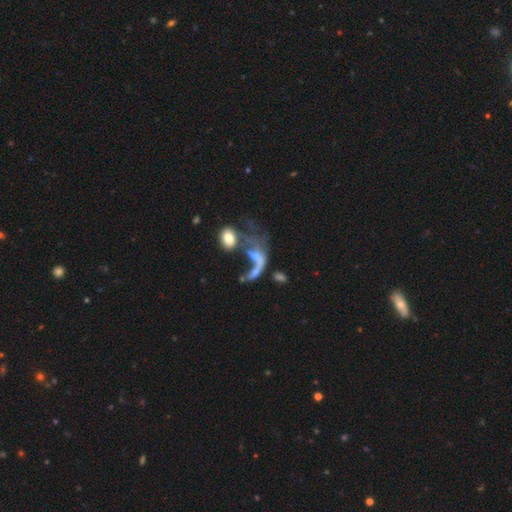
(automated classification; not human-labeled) Morphology: type=featured or disk (52%); edge-on=no (91%); merging=merger (40%).